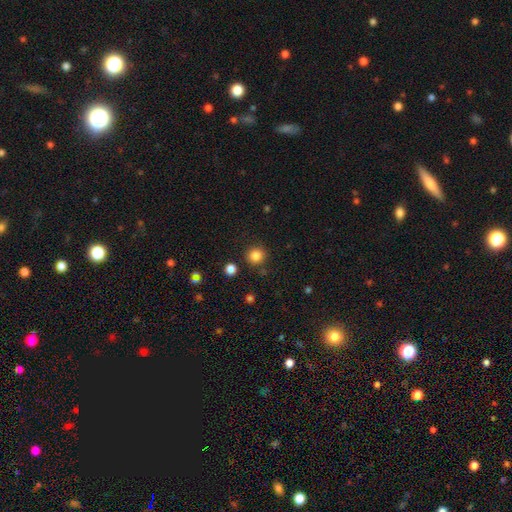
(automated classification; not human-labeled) Overall: smooth (84%). How rounded: round (93%). Merging: none (87%).